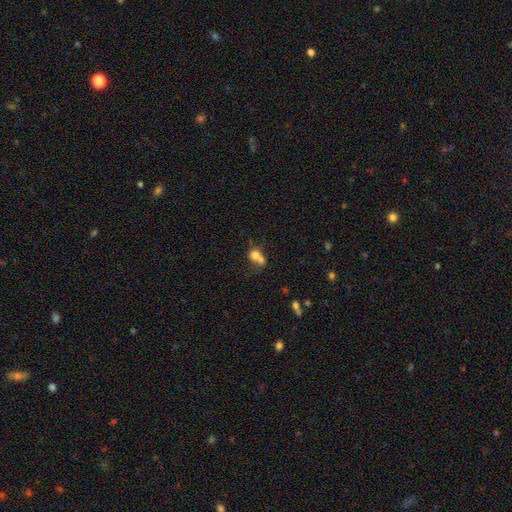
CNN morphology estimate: Smooth or featured: smooth — 74% (featured or disk — 15%)
How rounded: round — 71% (in between — 28%)
Merging: merger — 60% (none — 27%)